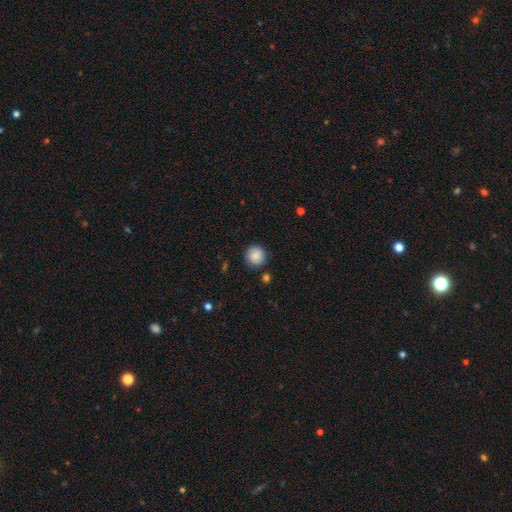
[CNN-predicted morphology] smooth-or-featured: smooth: 87% | star or artifact: 8% | featured or disk: 6%
  how-rounded: round: 94% | in between: 5% | cigar-shaped: 1%
  merging: none: 88% | minor disturbance: 8% | major disturbance: 2% | merger: 2%